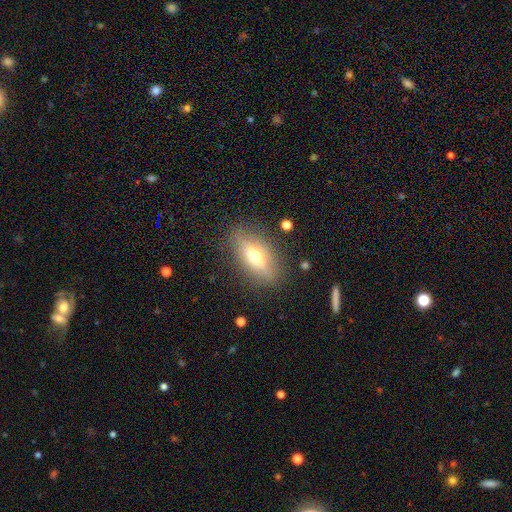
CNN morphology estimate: The model was most divided on "smooth or featured": smooth: 51%, featured or disk: 41%, star or artifact: 9%. More confident: merging — none (83%); how rounded — in between (72%).